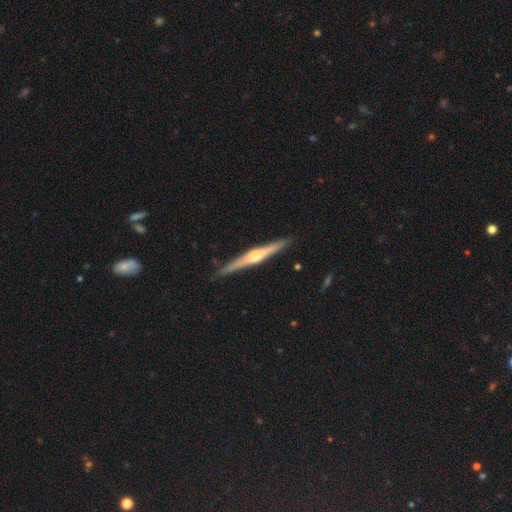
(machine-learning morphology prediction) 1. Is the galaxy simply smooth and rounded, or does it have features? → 77% featured or disk, 18% smooth, 5% star or artifact.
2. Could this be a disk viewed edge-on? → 98% yes, 2% no.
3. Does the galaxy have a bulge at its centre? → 85% rounded, 9% boxy, 5% none.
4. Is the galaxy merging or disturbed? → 90% none, 7% minor disturbance, 1% major disturbance, 1% merger.